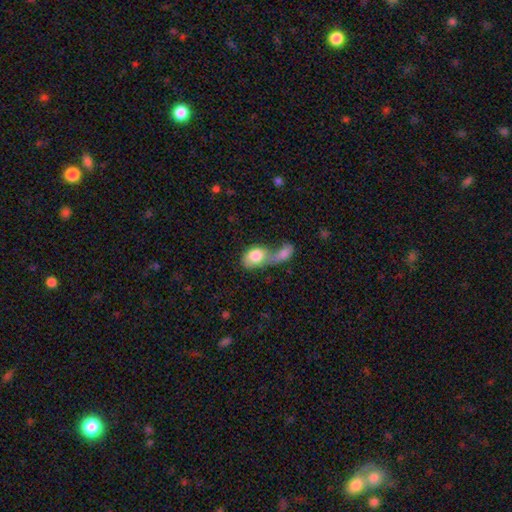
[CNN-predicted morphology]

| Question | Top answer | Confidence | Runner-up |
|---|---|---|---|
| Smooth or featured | smooth | 74% | featured or disk (20%) |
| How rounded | in between | 79% | round (19%) |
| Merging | merger | 68% | major disturbance (14%) |